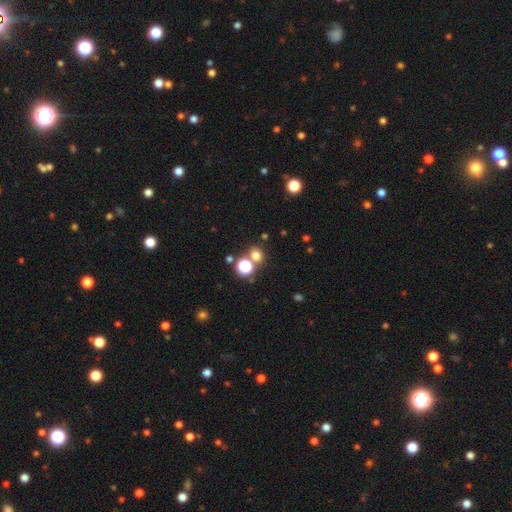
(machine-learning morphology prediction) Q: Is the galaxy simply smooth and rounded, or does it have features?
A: smooth — 68%.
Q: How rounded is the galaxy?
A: round — 80%.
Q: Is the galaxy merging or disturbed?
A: none — 72%.